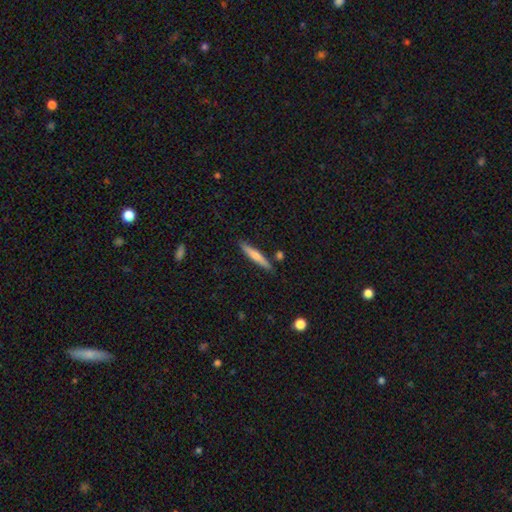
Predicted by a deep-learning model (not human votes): A smooth galaxy with no disk features (61%) that is cigar-shaped (93%). Merging: none (85%).